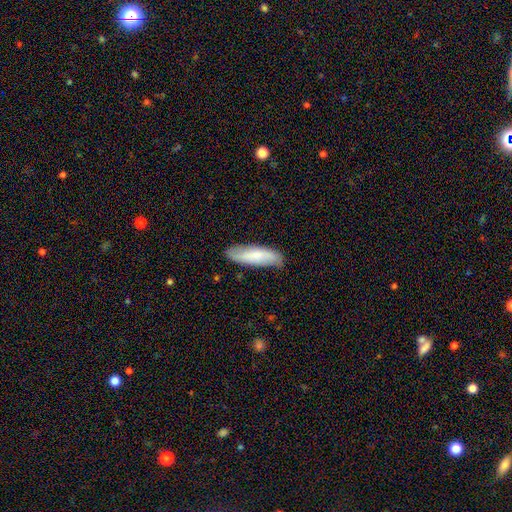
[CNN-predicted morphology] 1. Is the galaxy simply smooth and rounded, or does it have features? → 64% smooth, 30% featured or disk, 6% star or artifact.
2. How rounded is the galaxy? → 52% cigar-shaped, 46% in between, 2% round.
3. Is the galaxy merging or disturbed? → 80% none, 16% minor disturbance, 3% major disturbance, 1% merger.